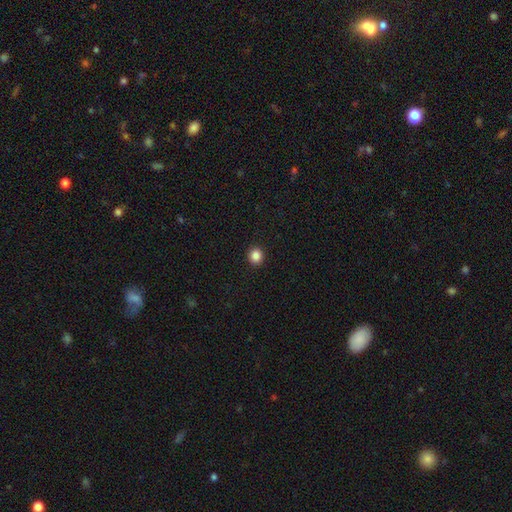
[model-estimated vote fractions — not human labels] Smooth or featured: smooth — 86% (star or artifact — 11%)
How rounded: round — 88% (in between — 11%)
Merging: none — 93% (minor disturbance — 4%)